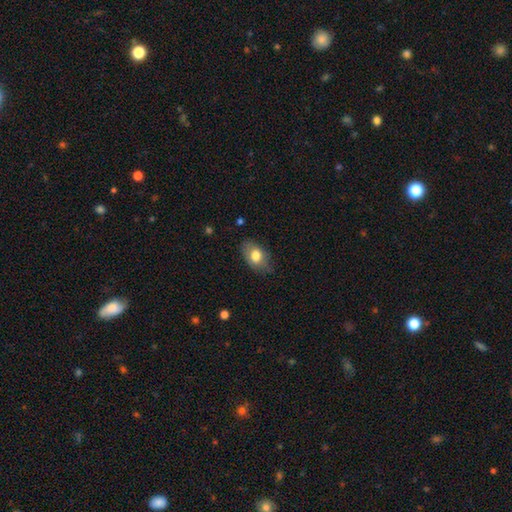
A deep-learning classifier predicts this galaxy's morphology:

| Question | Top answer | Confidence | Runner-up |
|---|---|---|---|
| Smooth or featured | smooth | 75% | featured or disk (17%) |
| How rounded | in between | 88% | round (11%) |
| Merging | none | 75% | minor disturbance (19%) |